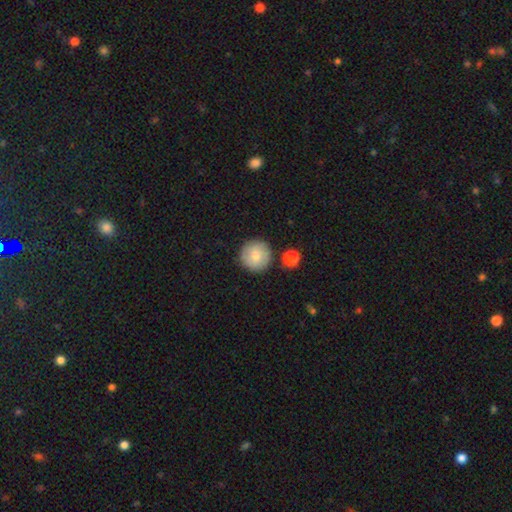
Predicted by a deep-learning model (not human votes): Morphology: type=smooth (80%); roundness=round (96%); merging=none (85%).